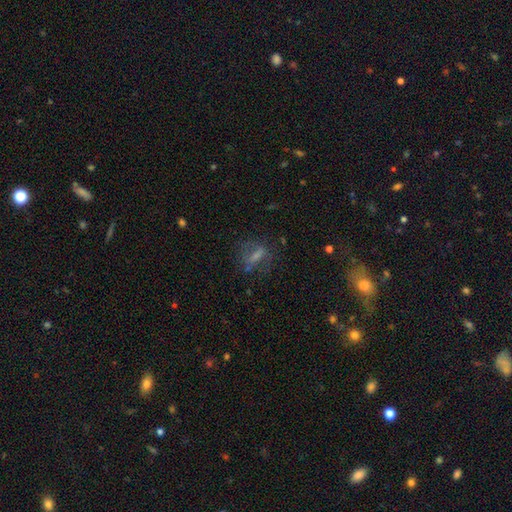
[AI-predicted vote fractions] A smooth galaxy with no disk features (44%). Merging: none (59%).